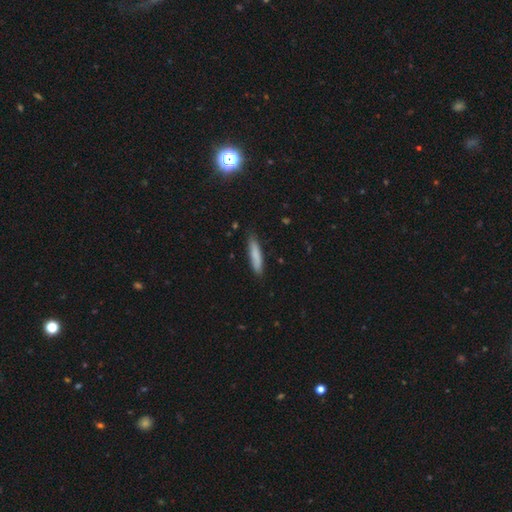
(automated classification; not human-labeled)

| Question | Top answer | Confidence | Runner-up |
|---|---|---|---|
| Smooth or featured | smooth | 82% | featured or disk (12%) |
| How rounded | cigar-shaped | 85% | in between (14%) |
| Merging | none | 84% | minor disturbance (13%) |